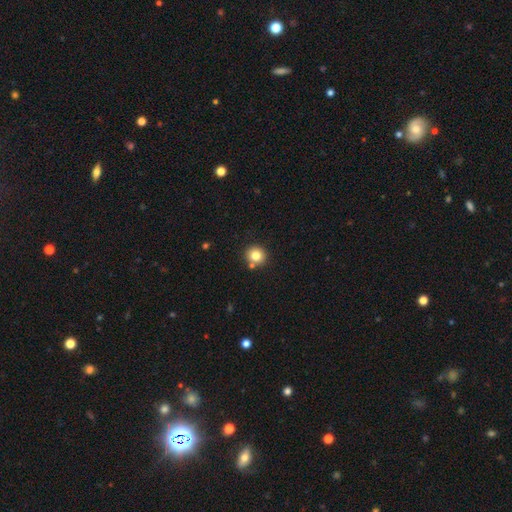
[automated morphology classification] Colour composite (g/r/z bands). It shows a smooth galaxy with no disk features (80%) that is round (91%). Merging: none (80%).